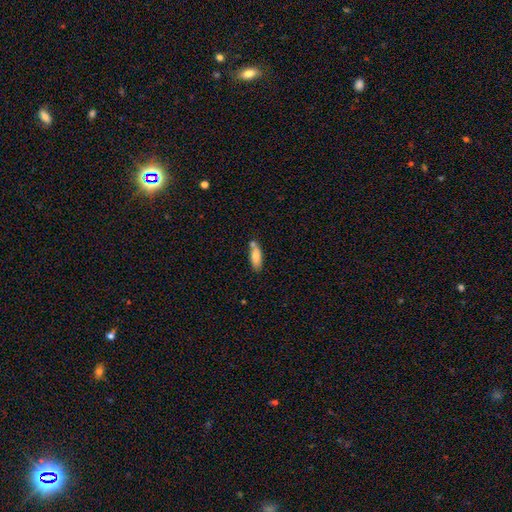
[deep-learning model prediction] smooth-or-featured: smooth: 77% | featured or disk: 16% | star or artifact: 7%
  how-rounded: in between: 65% | cigar-shaped: 33% | round: 2%
  merging: none: 57% | merger: 23% | minor disturbance: 17% | major disturbance: 4%